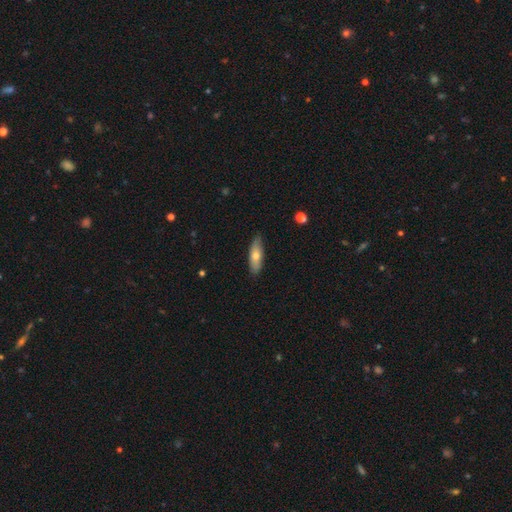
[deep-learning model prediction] A smooth galaxy with no disk features (67%) that is in between round and cigar-shaped (56%).

Vote fractions:
- Smooth or featured? smooth: 67% / featured or disk: 27% / star or artifact: 6%
- How rounded? in between: 56% / cigar-shaped: 42% / round: 2%
- Merging? none: 82% / minor disturbance: 14% / major disturbance: 2% / merger: 1%